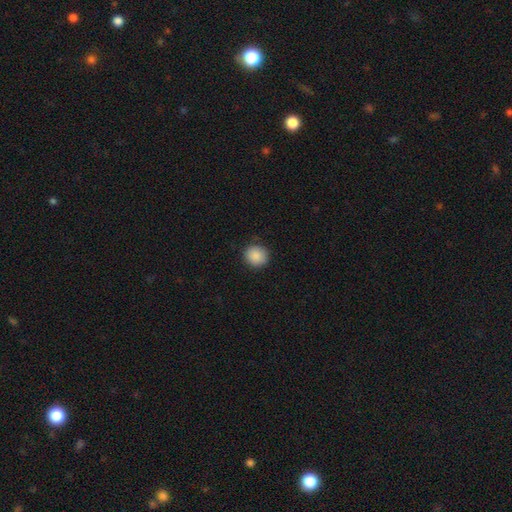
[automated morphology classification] Smooth or featured? Predicted: smooth (p=0.89). How rounded? Predicted: round (p=0.89). Merging? Predicted: none (p=0.87).